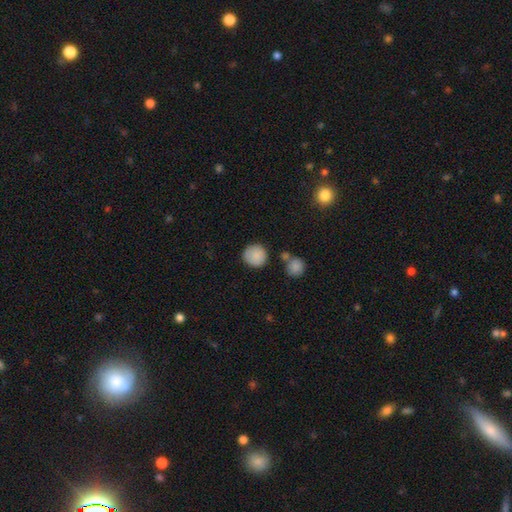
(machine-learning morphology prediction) Smooth or featured?
  - smooth: 87% *
  - star or artifact: 8%
  - featured or disk: 6%
How rounded?
  - round: 92% *
  - in between: 7%
  - cigar-shaped: 1%
Merging?
  - none: 76% *
  - minor disturbance: 12%
  - merger: 8%
  - major disturbance: 4%